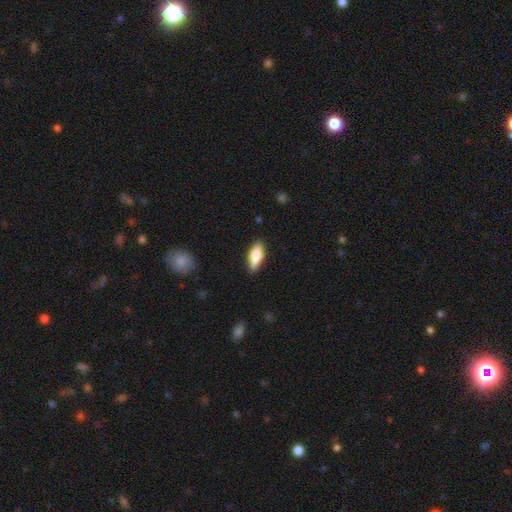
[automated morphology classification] This appears to be a smooth galaxy with no disk features (77%) that is in between round and cigar-shaped (72%). Merging: none (88%).